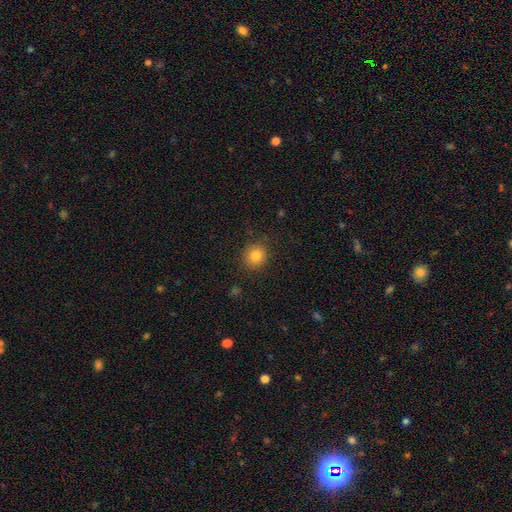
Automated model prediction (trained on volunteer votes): Smooth or featured? smooth (83%)
How rounded? round (86%)
Merging? none (86%)